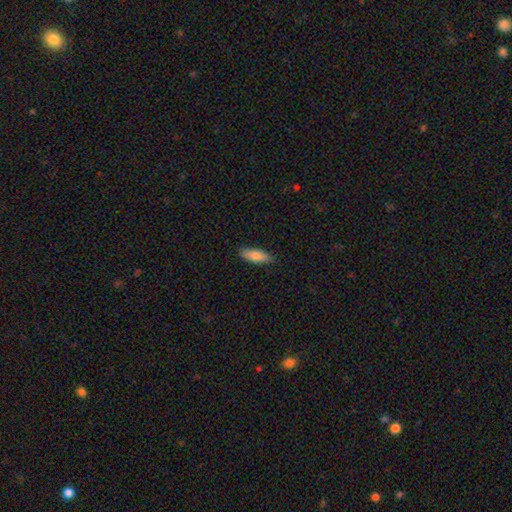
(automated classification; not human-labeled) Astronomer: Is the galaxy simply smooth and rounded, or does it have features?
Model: smooth — 84%.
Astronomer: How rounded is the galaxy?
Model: in between — 67%.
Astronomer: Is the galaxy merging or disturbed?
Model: none — 87%.